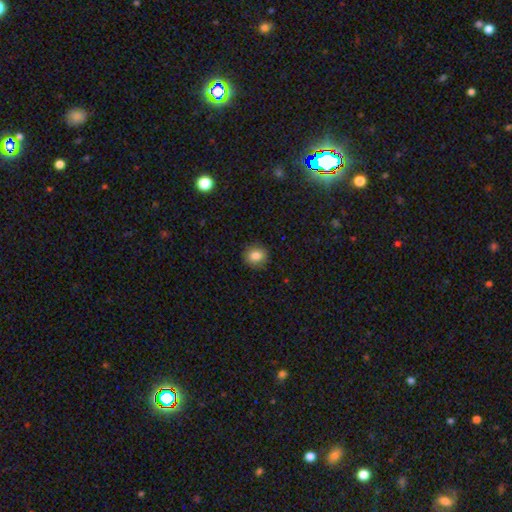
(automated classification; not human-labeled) Smooth or featured?
  - smooth: 84% *
  - star or artifact: 10%
  - featured or disk: 6%
How rounded?
  - round: 80% *
  - in between: 19%
  - cigar-shaped: 1%
Merging?
  - none: 88% *
  - minor disturbance: 9%
  - major disturbance: 2%
  - merger: 1%